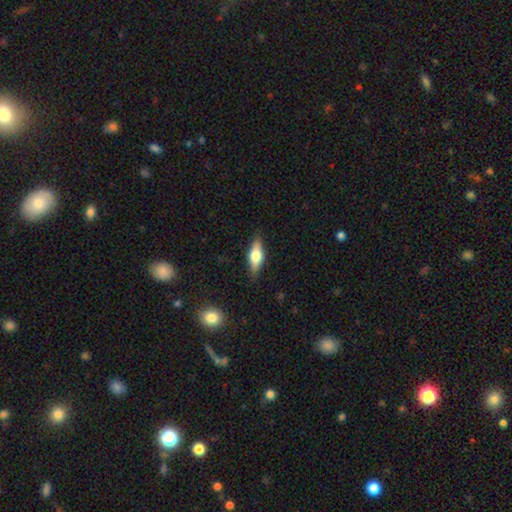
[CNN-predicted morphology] Smooth or featured? Predicted: smooth (p=0.50). How rounded? Predicted: in between (p=0.66). Merging? Predicted: none (p=0.85).